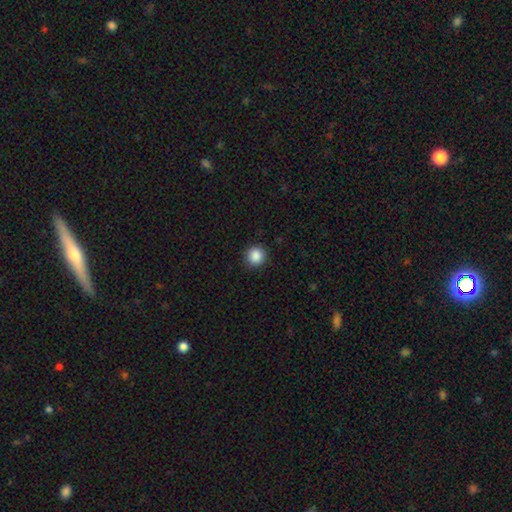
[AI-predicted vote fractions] Morphology: type=smooth (87%); roundness=round (93%); merging=none (91%).